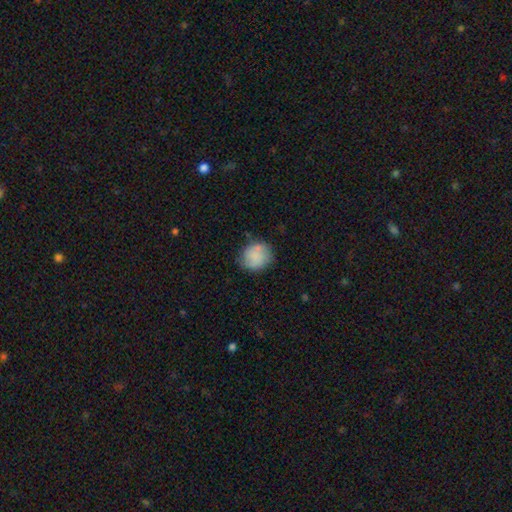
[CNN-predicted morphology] This appears to be a smooth galaxy with no disk features (79%) that is round (80%). Merging: none (68%).